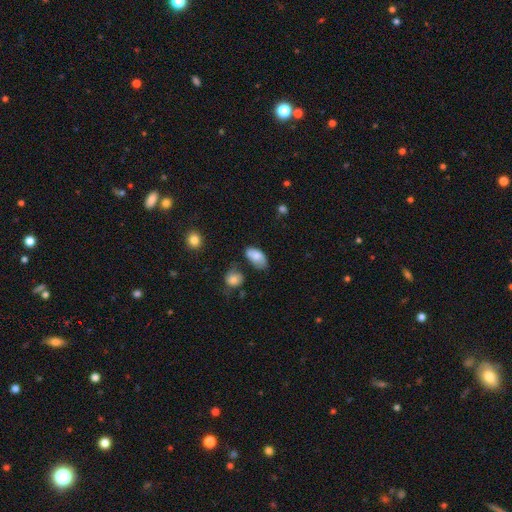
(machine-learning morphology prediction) The model was most divided on "merging": none: 43%, minor disturbance: 35%, major disturbance: 13%, merger: 9%. More confident: how rounded — in between (93%); smooth or featured — smooth (76%).